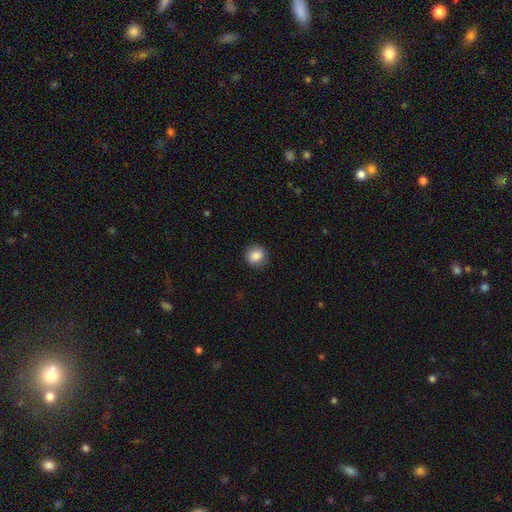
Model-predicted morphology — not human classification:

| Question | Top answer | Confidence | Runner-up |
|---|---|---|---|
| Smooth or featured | smooth | 85% | star or artifact (9%) |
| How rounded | round | 75% | in between (24%) |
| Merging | none | 86% | minor disturbance (11%) |